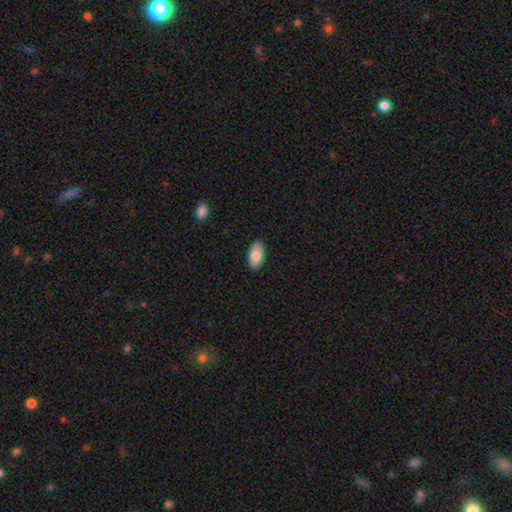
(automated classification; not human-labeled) Smooth or featured: smooth — 82% (featured or disk — 12%)
How rounded: in between — 94% (cigar-shaped — 4%)
Merging: none — 89% (minor disturbance — 8%)